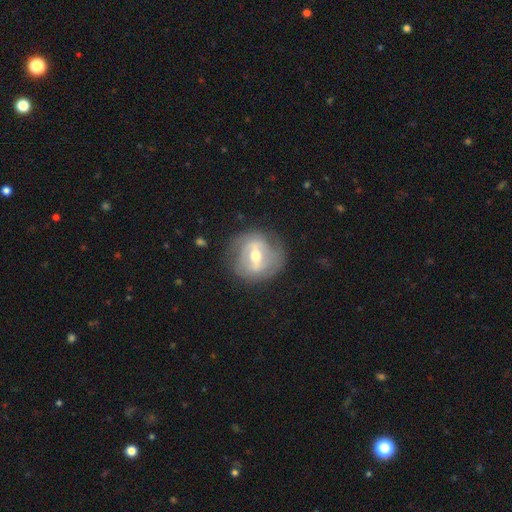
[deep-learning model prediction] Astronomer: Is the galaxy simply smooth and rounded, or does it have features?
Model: featured or disk — 72%.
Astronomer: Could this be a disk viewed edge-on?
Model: no — 93%.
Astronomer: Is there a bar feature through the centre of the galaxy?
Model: strong — 50% (runner-up: weak, 36%).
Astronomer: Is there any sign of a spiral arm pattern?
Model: yes — 56% (runner-up: no, 44%).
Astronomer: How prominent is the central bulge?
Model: moderate — 72%.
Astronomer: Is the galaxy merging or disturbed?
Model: none — 75%.